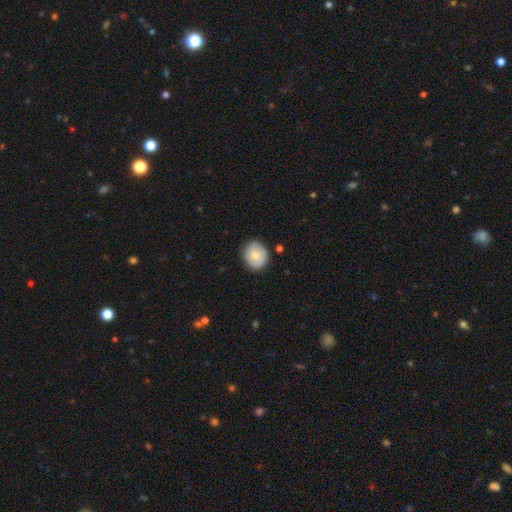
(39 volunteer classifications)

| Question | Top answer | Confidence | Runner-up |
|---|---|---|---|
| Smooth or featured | smooth | 62% | featured or disk (36%) |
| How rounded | round | 62% | in between (33%) |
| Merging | none | 68% | minor disturbance (29%) |